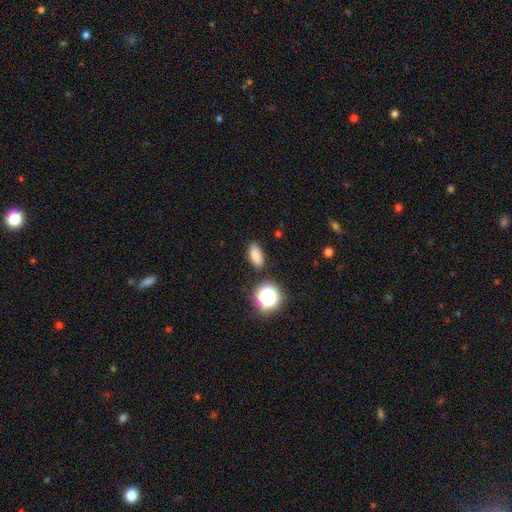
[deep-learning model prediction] A smooth galaxy with no disk features (81%) that is in between round and cigar-shaped (82%).

Vote fractions:
- Smooth or featured? smooth: 81% / star or artifact: 14% / featured or disk: 5%
- How rounded? in between: 82% / round: 11% / cigar-shaped: 7%
- Merging? none: 85% / minor disturbance: 9% / merger: 3% / major disturbance: 3%